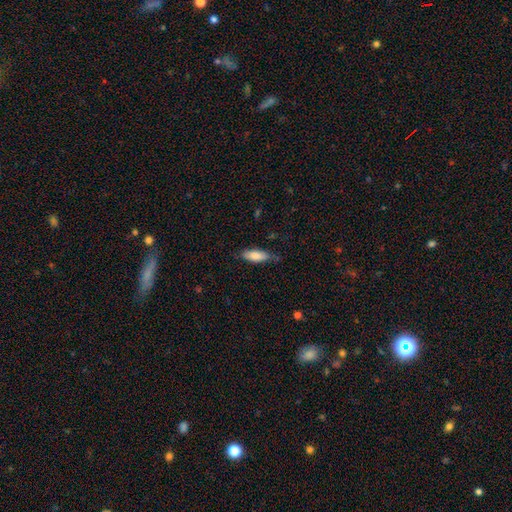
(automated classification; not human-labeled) Morphology: type=smooth (82%); roundness=in between (69%); merging=none (67%).